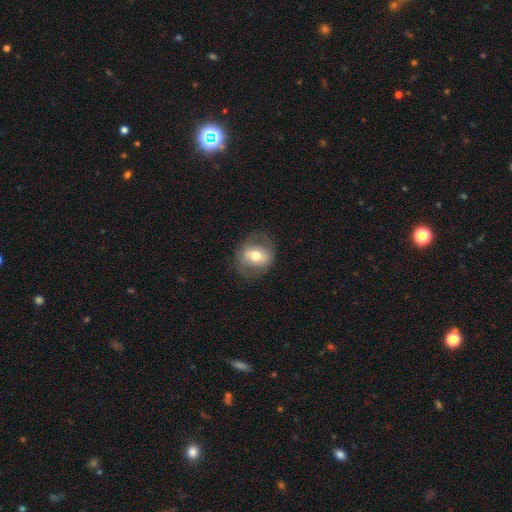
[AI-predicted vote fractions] This is possibly a smooth galaxy (52%). How rounded: possibly round (56%). Merging: likely none (77%).